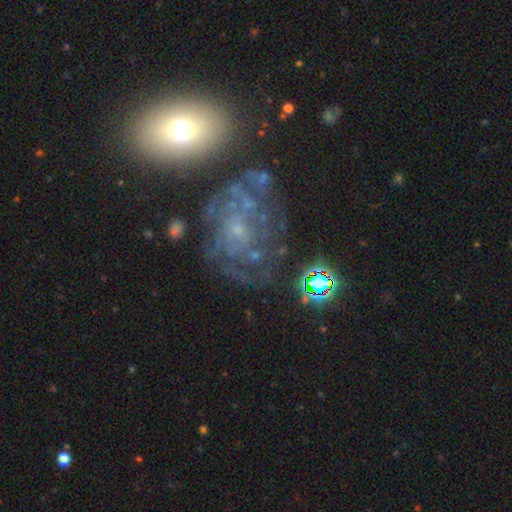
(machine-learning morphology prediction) Smooth or featured: featured or disk — 71% (star or artifact — 16%)
Edge-on disk: no — 98% (yes — 2%)
Bar: no — 73% (weak — 22%)
Spiral arms: yes — 68% (no — 32%)
Bulge size: small — 57% (moderate — 21%)
Merging: none — 50% (major disturbance — 24%)